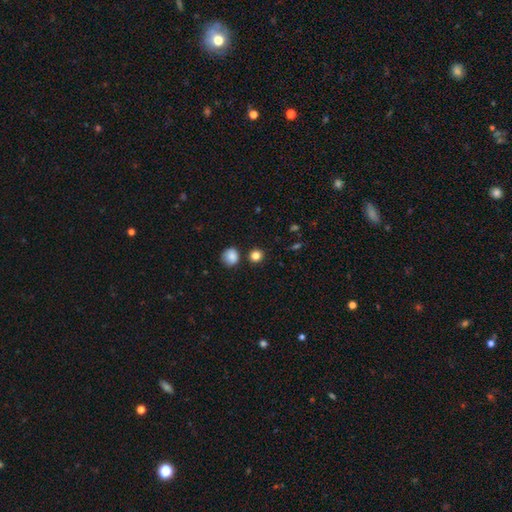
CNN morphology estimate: type=smooth (84%); roundness=round (87%); merging=none (82%).